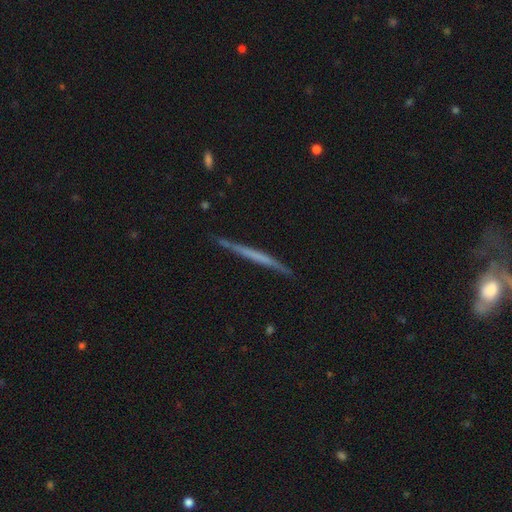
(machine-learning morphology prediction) type=featured or disk (57%); edge-on=yes (97%); edge-on bulge=none (89%); merging=none (88%).